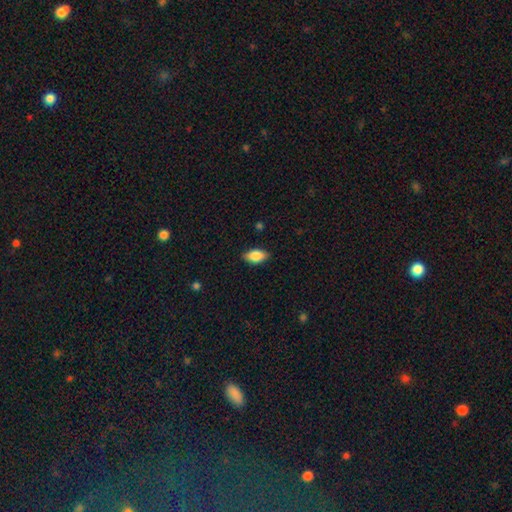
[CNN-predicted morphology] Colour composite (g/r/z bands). It shows a smooth galaxy with no disk features (82%) that is in between round and cigar-shaped (90%). Merging: none (86%).